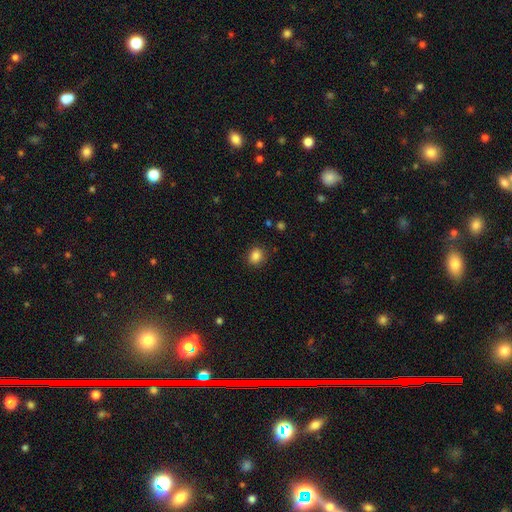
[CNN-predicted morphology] The model was most divided on "how rounded": round: 72%, in between: 27%, cigar-shaped: 1%. More confident: merging — none (87%); smooth or featured — smooth (85%).